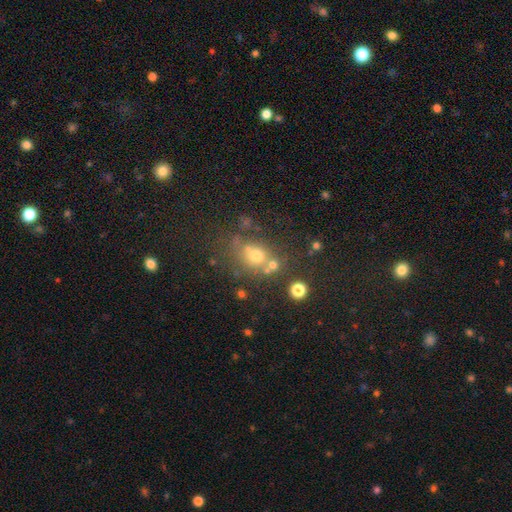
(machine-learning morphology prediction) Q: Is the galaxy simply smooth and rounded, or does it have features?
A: smooth — 61%.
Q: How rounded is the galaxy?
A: round — 65%.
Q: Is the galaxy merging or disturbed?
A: none — 53%.